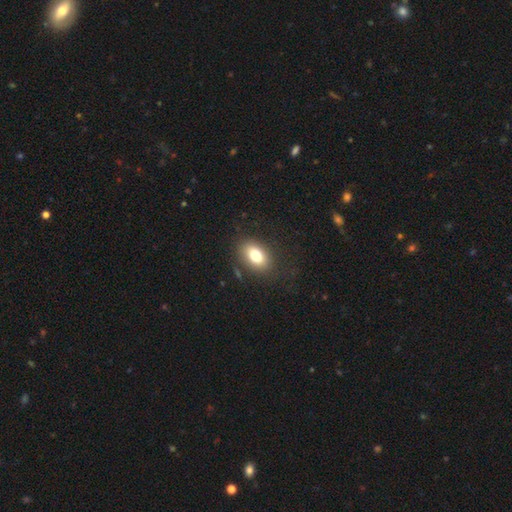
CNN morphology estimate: Smooth or featured?
  - smooth: 78% *
  - featured or disk: 13%
  - star or artifact: 9%
How rounded?
  - in between: 86% *
  - round: 13%
  - cigar-shaped: 2%
Merging?
  - none: 82% *
  - minor disturbance: 12%
  - major disturbance: 5%
  - merger: 2%